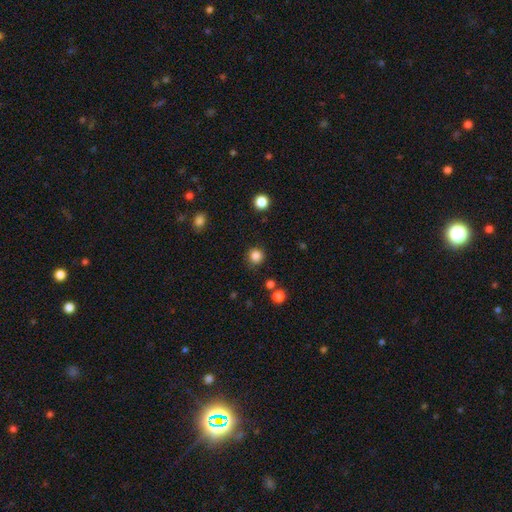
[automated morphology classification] A smooth galaxy with no disk features (84%) that is round (93%).

Vote fractions:
- Smooth or featured? smooth: 84% / star or artifact: 12% / featured or disk: 3%
- How rounded? round: 93% / in between: 6% / cigar-shaped: 1%
- Merging? none: 87% / minor disturbance: 8% / major disturbance: 3% / merger: 2%